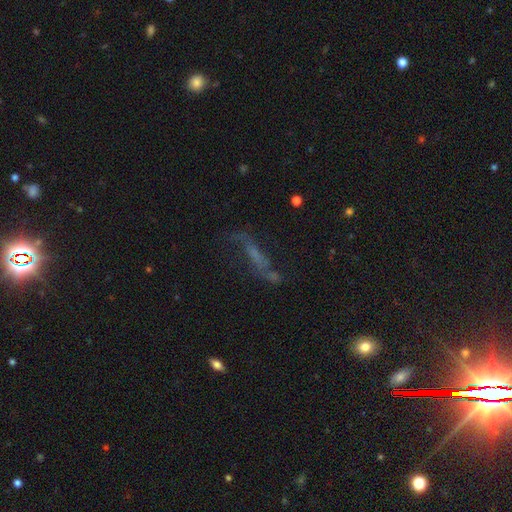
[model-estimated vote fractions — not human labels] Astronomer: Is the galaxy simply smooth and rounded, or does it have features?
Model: featured or disk — 53%.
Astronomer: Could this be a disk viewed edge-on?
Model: no — 68%.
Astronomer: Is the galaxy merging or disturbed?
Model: none — 50%.